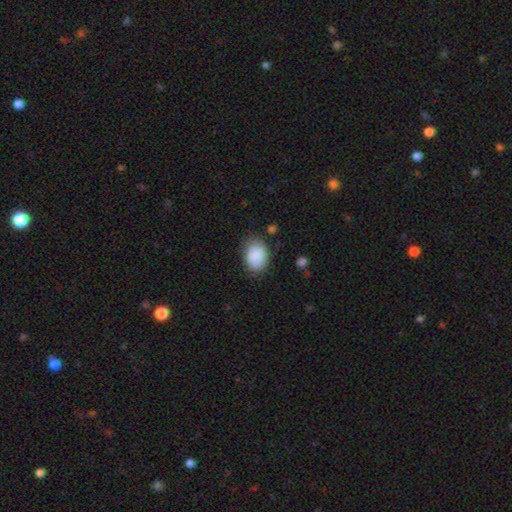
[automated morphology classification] A smooth galaxy with no disk features (88%) that is in between round and cigar-shaped (80%). Merging: none (77%).